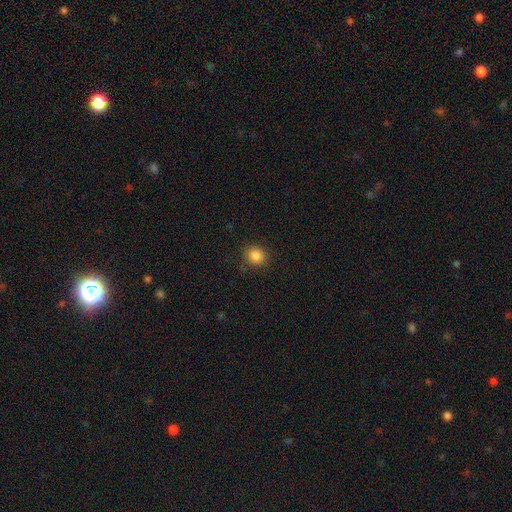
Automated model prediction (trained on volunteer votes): This is clearly a smooth galaxy (85%). How rounded: clearly round (81%). Merging: clearly none (86%).